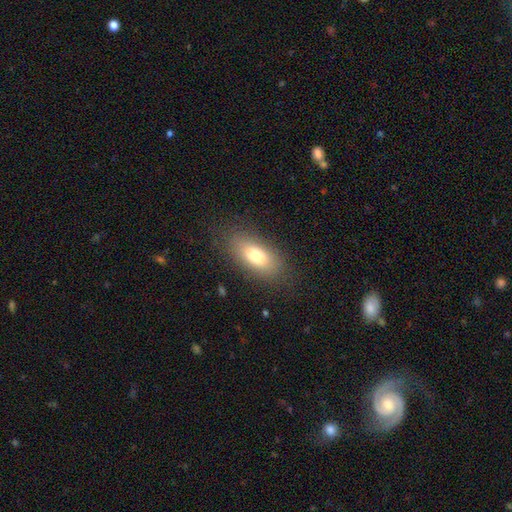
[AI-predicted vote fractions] Smooth or featured? smooth (76%)
How rounded? in between (85%)
Merging? none (83%)